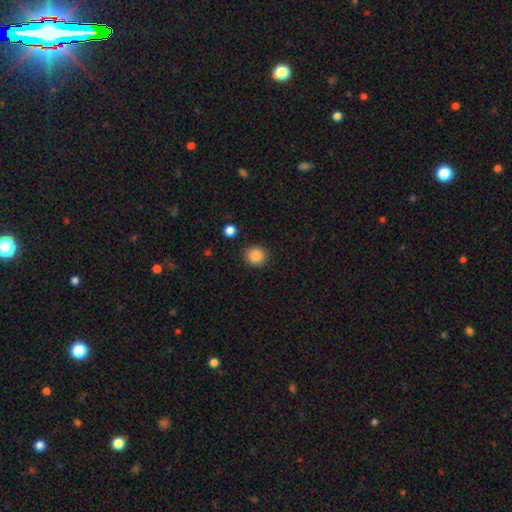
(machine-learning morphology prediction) smooth_or_featured: smooth (p=0.87) [alt: star or artifact p=0.09]
how_rounded: round (p=0.85) [alt: in between p=0.14]
merging: none (p=0.88) [alt: minor disturbance p=0.07]